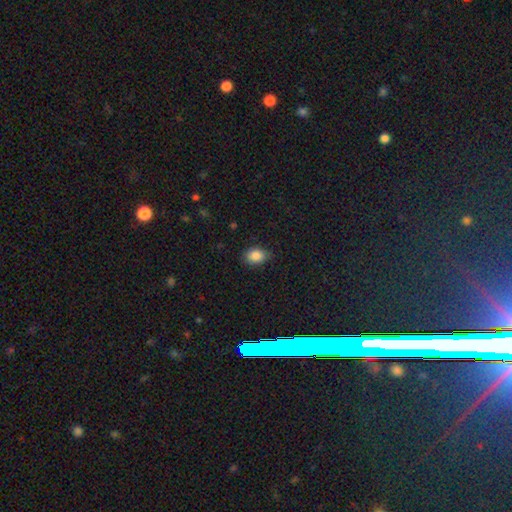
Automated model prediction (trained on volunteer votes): The model was most divided on "how rounded": in between: 74%, round: 24%, cigar-shaped: 1%. More confident: smooth or featured — smooth (87%); merging — none (83%).